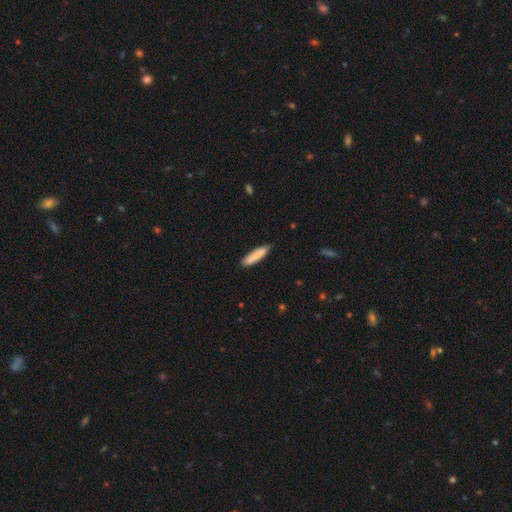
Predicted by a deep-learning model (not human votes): Smooth or featured? smooth (85%)
How rounded? cigar-shaped (80%)
Merging? none (83%)